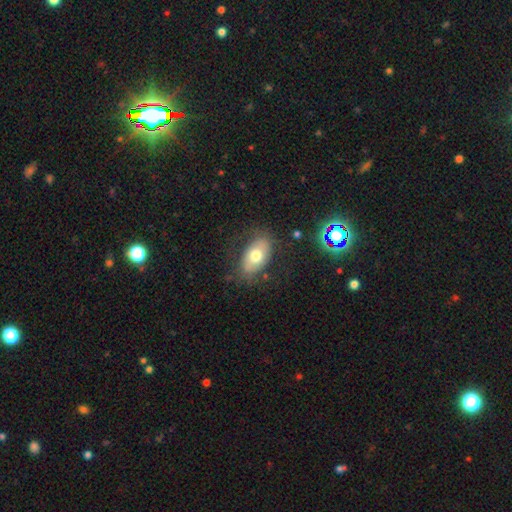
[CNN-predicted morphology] type=smooth (63%); roundness=in between (89%); merging=none (73%).